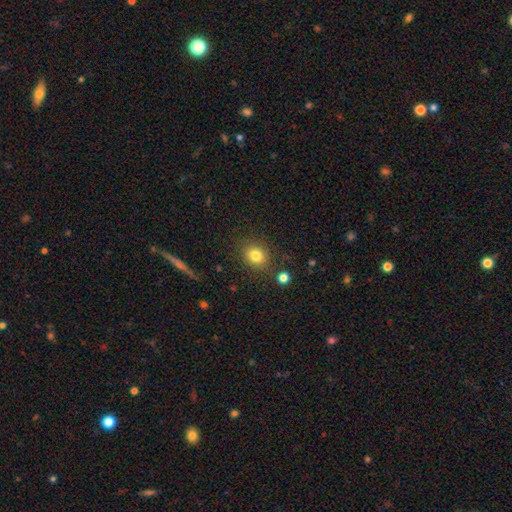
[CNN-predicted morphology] Overall: smooth (81%). How rounded: round (67%; in between 32%). Merging: none (83%).